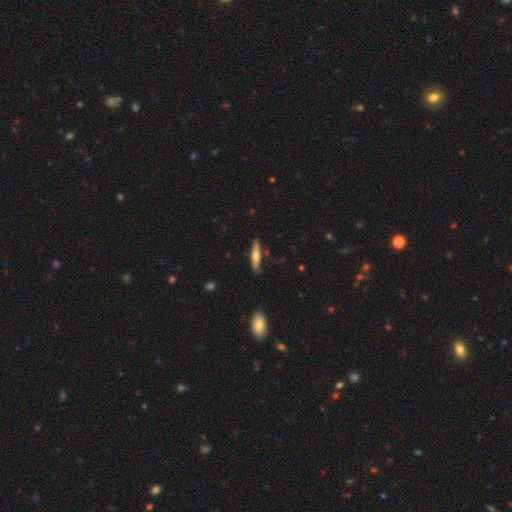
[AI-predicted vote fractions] Smooth or featured? Predicted: smooth (p=0.48). Merging? Predicted: none (p=0.84).